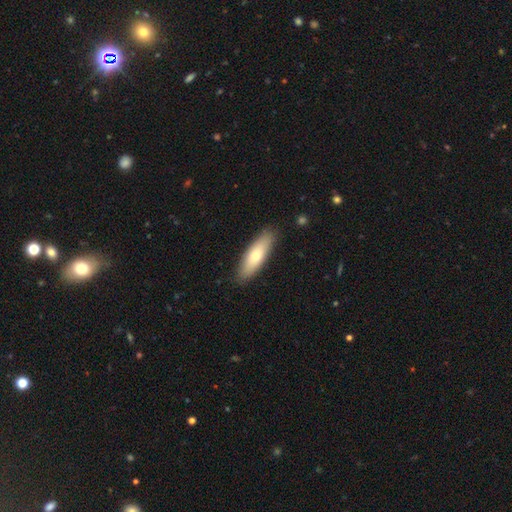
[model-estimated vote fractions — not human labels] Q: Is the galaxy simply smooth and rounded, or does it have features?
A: smooth — 67%.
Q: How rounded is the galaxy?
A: cigar-shaped — 53%.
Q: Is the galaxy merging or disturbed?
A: none — 88%.